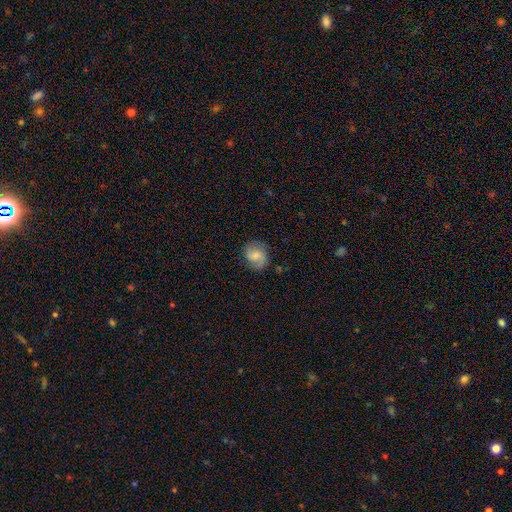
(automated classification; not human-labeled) Smooth or featured?
  - smooth: 53% *
  - featured or disk: 39%
  - star or artifact: 8%
How rounded?
  - round: 67% *
  - in between: 32%
  - cigar-shaped: 1%
Merging?
  - none: 74% *
  - minor disturbance: 18%
  - major disturbance: 6%
  - merger: 1%